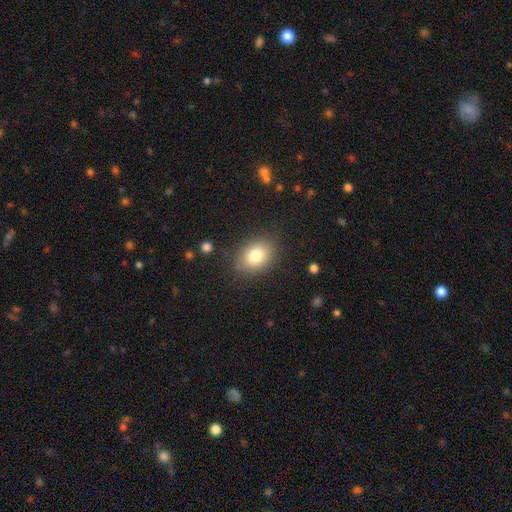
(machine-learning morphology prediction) Smooth or featured: smooth — 80% (featured or disk — 10%)
How rounded: in between — 61% (round — 38%)
Merging: none — 84% (minor disturbance — 11%)